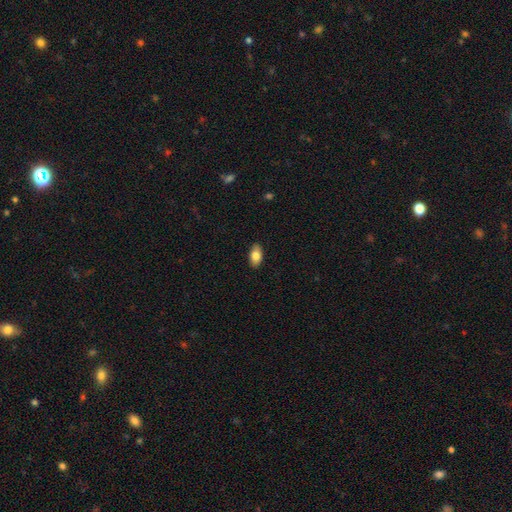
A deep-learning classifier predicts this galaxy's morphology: Smooth or featured? Predicted: smooth (p=0.81). How rounded? Predicted: in between (p=0.93). Merging? Predicted: none (p=0.88).